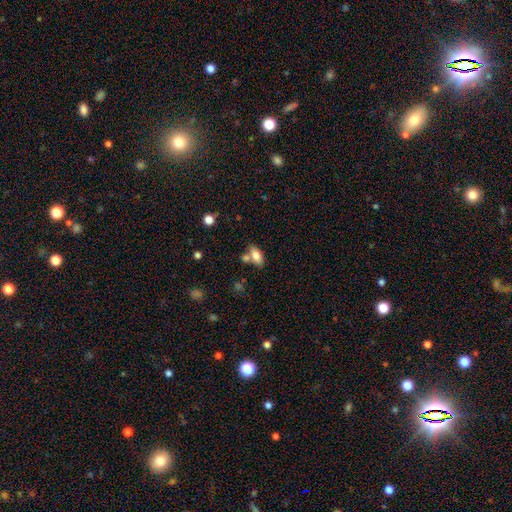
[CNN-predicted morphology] The model was most divided on "merging": none: 60%, merger: 22%, minor disturbance: 13%, major disturbance: 4%. More confident: how rounded — in between (89%); smooth or featured — smooth (79%).